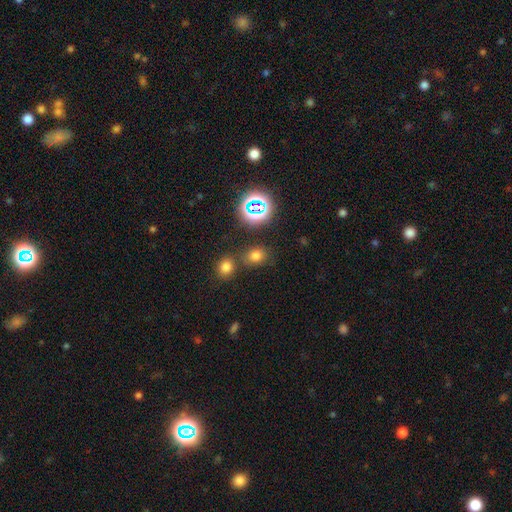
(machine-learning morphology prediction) smooth 68%, star or artifact 25%, featured or disk 7%. Down the decision tree: how rounded — round (53%); merging — none (73%).